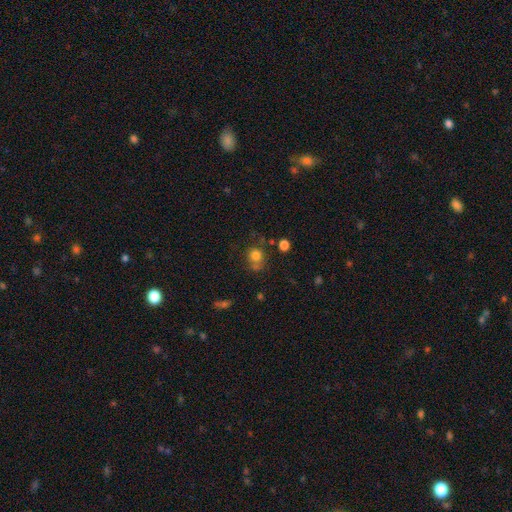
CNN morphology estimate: A smooth galaxy with no disk features (78%) that is round (80%). Merging: none (58%).